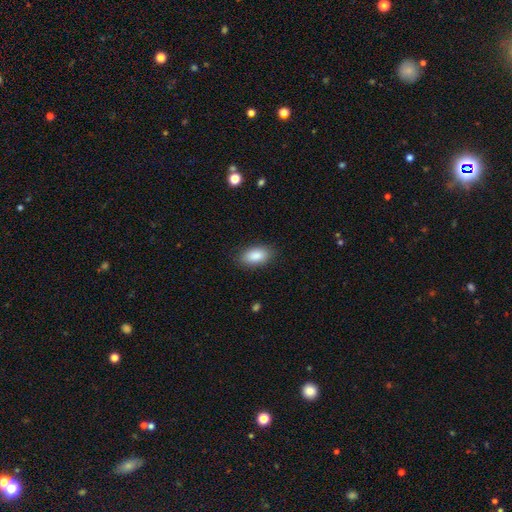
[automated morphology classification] This is clearly a smooth galaxy (88%). How rounded: clearly in between (92%). Merging: clearly none (87%).